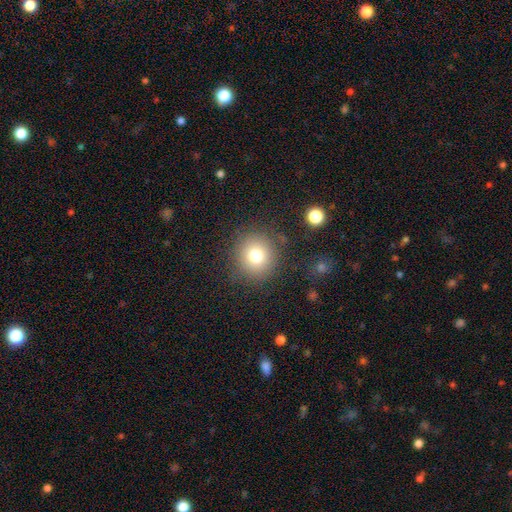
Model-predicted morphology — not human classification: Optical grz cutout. It shows a smooth galaxy with no disk features (75%) that is round (91%). Merging: none (86%).